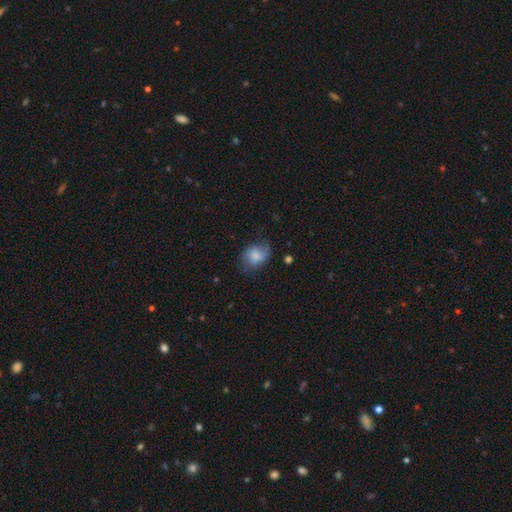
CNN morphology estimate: A smooth galaxy with no disk features (65%) that is in between round and cigar-shaped (61%).

Vote fractions:
- Smooth or featured? smooth: 65% / featured or disk: 26% / star or artifact: 9%
- How rounded? in between: 61% / round: 37% / cigar-shaped: 1%
- Merging? none: 53% / minor disturbance: 31% / major disturbance: 15% / merger: 2%